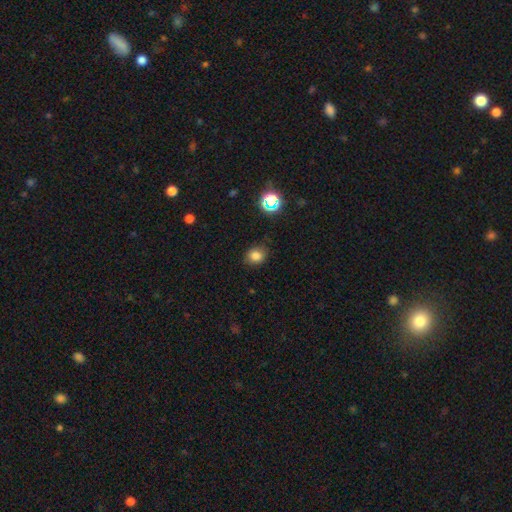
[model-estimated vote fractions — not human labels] Overall: smooth (80%). How rounded: round (57%; in between 42%). Merging: none (80%).